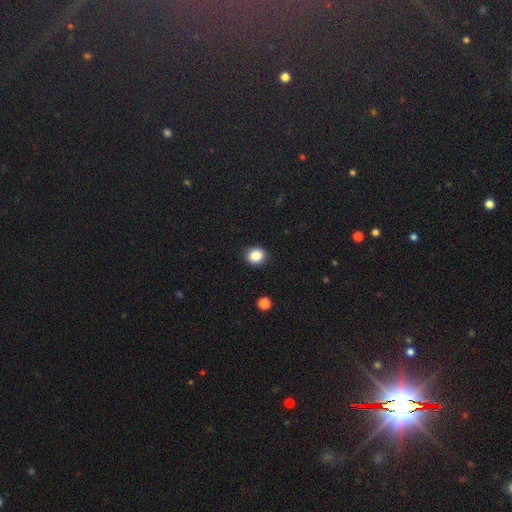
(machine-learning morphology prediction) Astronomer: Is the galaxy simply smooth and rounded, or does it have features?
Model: smooth — 85%.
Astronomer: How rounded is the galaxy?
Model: round — 83%.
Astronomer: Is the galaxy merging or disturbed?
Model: none — 91%.